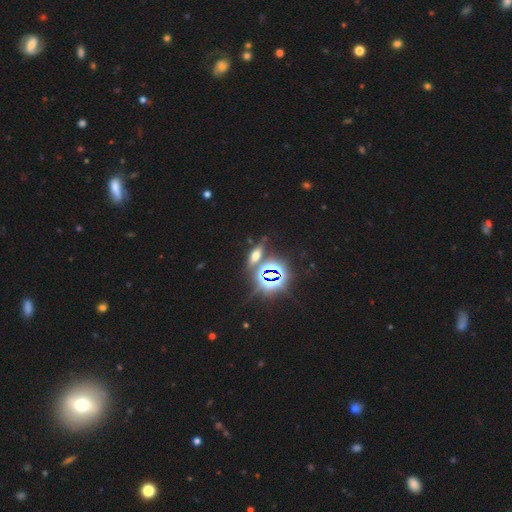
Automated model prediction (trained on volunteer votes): smooth-or-featured: star or artifact: 44% | smooth: 36% | featured or disk: 19%